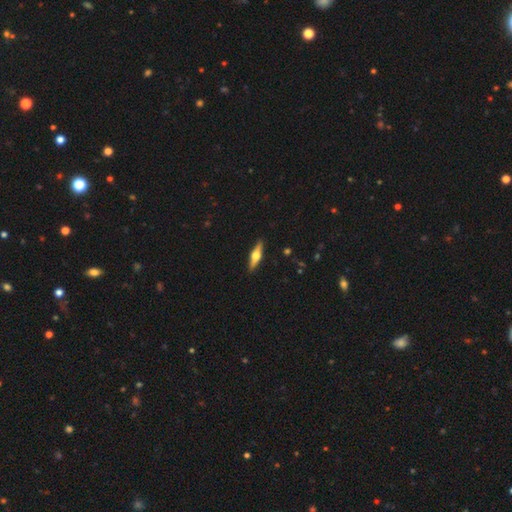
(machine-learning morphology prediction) This appears to be a featured or disk galaxy (67%) viewed edge-on (96%) with a rounded central bulge (95%). Merging: none (91%).